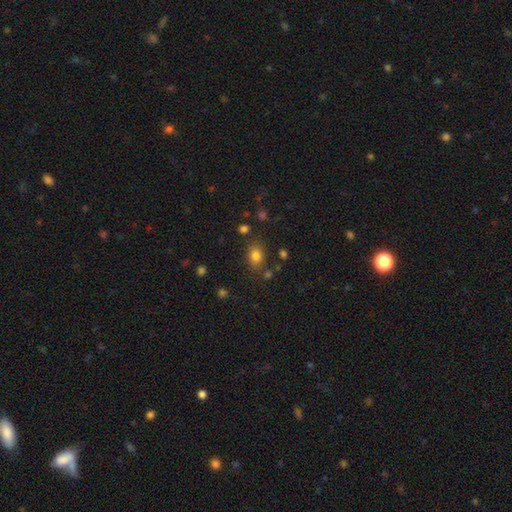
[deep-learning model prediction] A smooth galaxy with no disk features (81%) that is in between round and cigar-shaped (70%). Merging: none (77%).